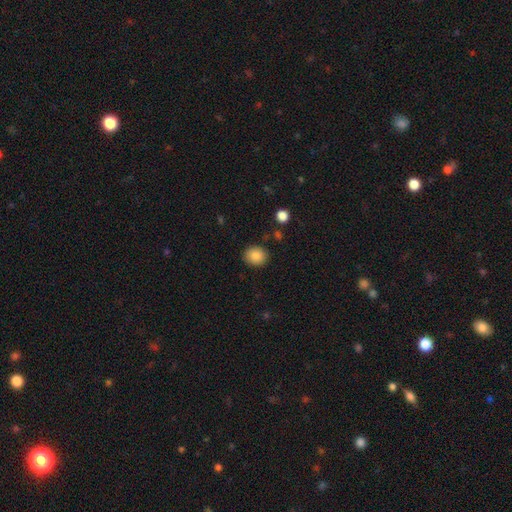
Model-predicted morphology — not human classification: The model was most divided on "how rounded": round: 73%, in between: 27%, cigar-shaped: 1%. More confident: merging — none (88%); smooth or featured — smooth (86%).